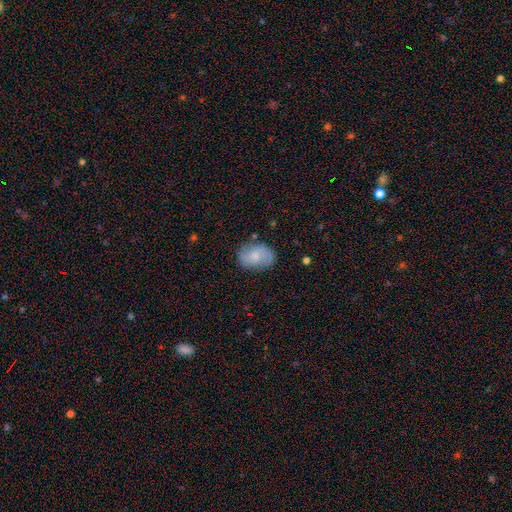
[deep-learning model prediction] smooth 47%, featured or disk 45%, star or artifact 8%. Down the decision tree: merging — none (71%).